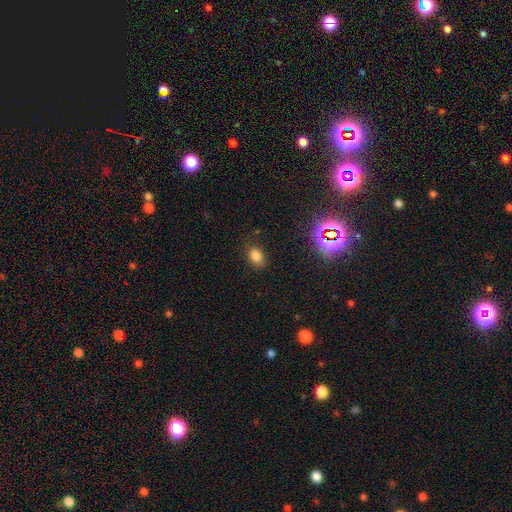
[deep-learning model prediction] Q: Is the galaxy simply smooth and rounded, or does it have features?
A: smooth — 79%.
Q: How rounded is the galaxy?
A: in between — 79%.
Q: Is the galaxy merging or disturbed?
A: none — 79%.